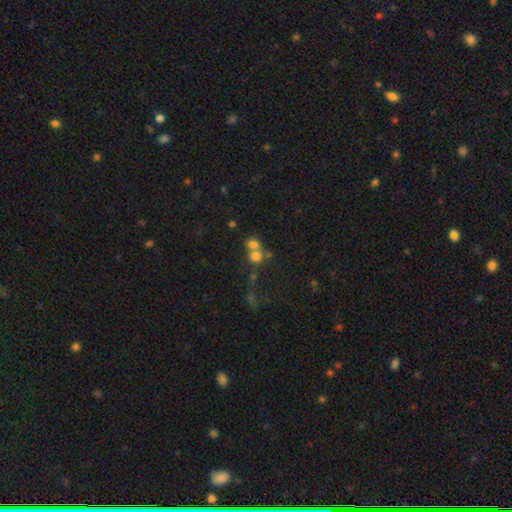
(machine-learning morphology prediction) type=smooth (71%); roundness=round (83%); merging=merger (52%).